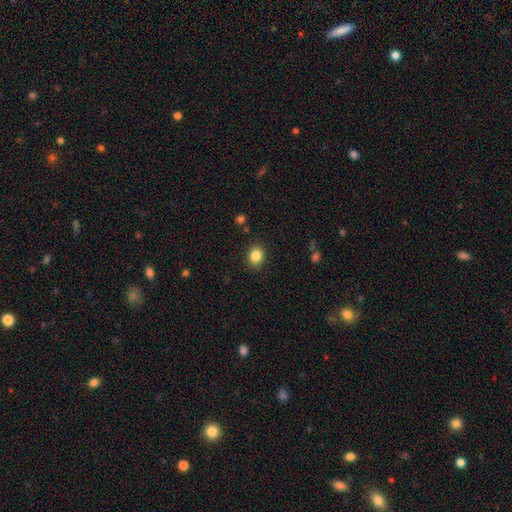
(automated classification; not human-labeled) smooth 85%, star or artifact 10%, featured or disk 5%. Down the decision tree: how rounded — round (64%); merging — none (89%).